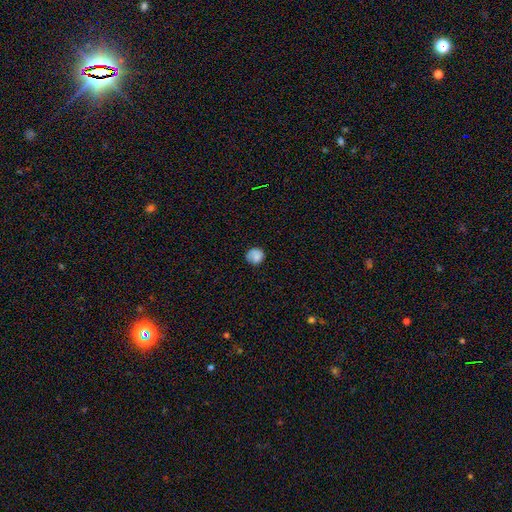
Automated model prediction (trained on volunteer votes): This appears to be a smooth galaxy with no disk features (82%) that is round (86%). Merging: none (75%).